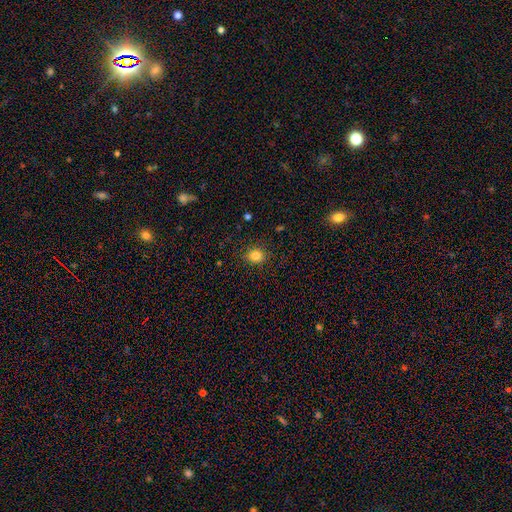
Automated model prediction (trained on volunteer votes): smooth-or-featured: smooth: 83% | star or artifact: 12% | featured or disk: 5%
  how-rounded: round: 70% | in between: 29% | cigar-shaped: 1%
  merging: none: 88% | minor disturbance: 8% | major disturbance: 2% | merger: 1%